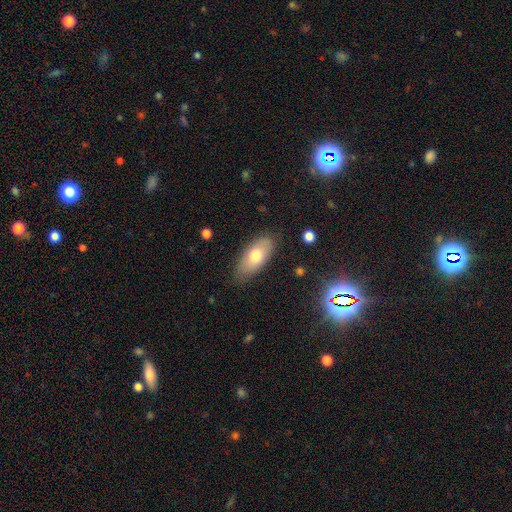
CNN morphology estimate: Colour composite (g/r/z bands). It shows a smooth galaxy with no disk features (68%) that is in between round and cigar-shaped (88%). Merging: none (79%).